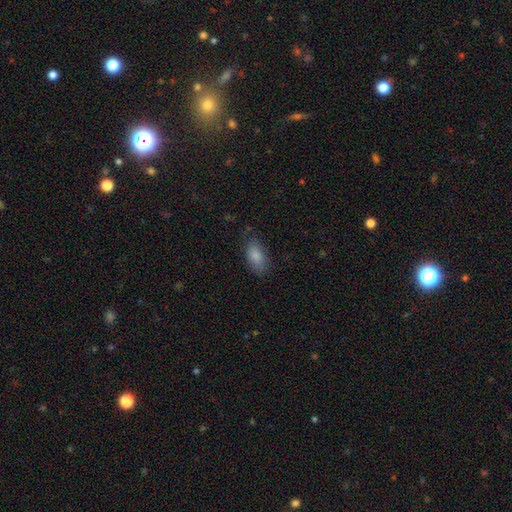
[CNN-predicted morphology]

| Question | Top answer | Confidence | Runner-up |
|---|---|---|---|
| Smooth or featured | smooth | 85% | featured or disk (7%) |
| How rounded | in between | 92% | round (4%) |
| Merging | none | 74% | minor disturbance (19%) |